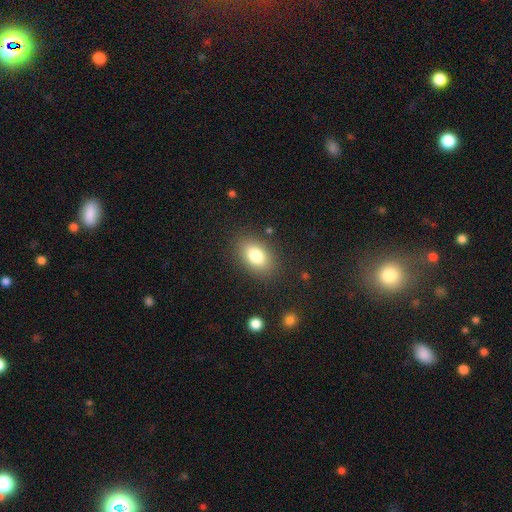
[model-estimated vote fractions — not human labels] This is clearly a smooth galaxy (81%). How rounded: clearly in between (86%). Merging: clearly none (85%).